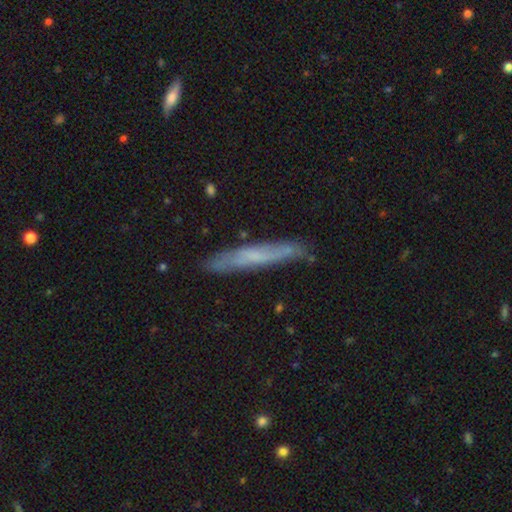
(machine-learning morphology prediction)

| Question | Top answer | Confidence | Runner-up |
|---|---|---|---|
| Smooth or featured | featured or disk | 47% | smooth (46%) |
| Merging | none | 79% | minor disturbance (16%) |